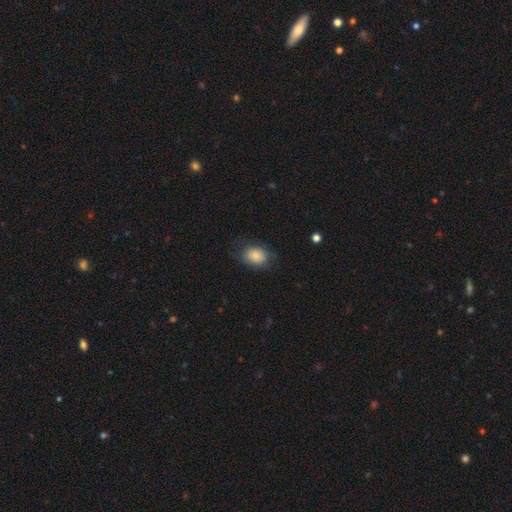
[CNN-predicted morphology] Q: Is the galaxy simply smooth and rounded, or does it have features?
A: smooth — 81%.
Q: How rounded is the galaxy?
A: in between — 67%.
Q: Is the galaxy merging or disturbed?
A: none — 70%.